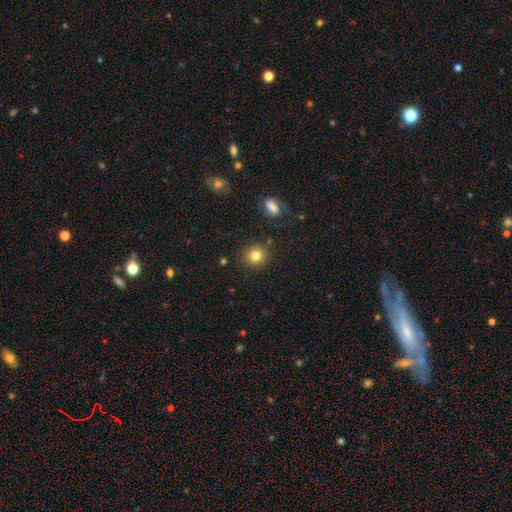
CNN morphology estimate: The model was most divided on "how rounded": round: 84%, in between: 15%, cigar-shaped: 1%. More confident: merging — none (87%); smooth or featured — smooth (81%).